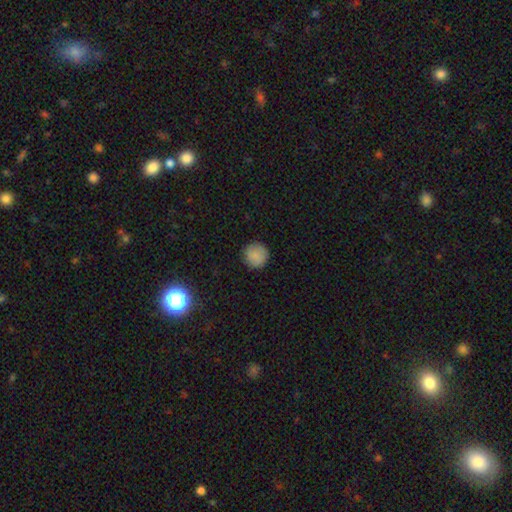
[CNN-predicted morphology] type=smooth (87%); roundness=round (95%); merging=none (89%).